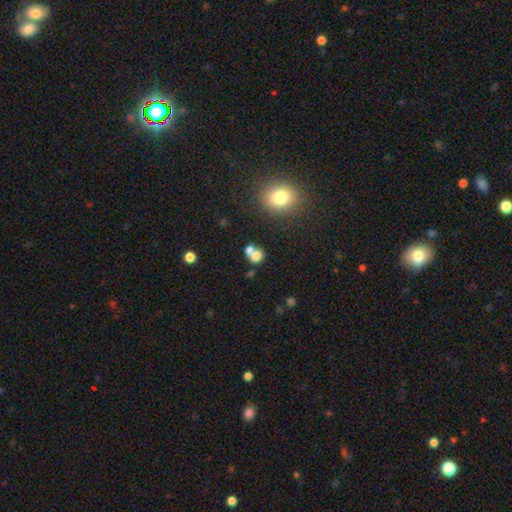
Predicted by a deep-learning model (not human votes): A smooth galaxy with no disk features (74%) that is round (73%).

Vote fractions:
- Smooth or featured? smooth: 74% / featured or disk: 13% / star or artifact: 13%
- How rounded? round: 73% / in between: 26% / cigar-shaped: 1%
- Merging? merger: 48% / none: 40% / minor disturbance: 8% / major disturbance: 4%